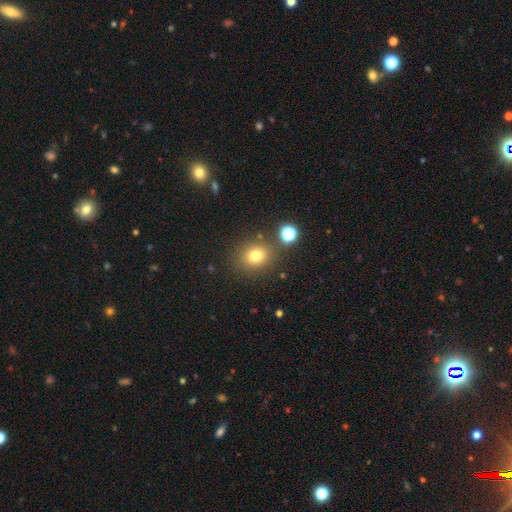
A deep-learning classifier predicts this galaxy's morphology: The model was most divided on "how rounded": round: 70%, in between: 29%, cigar-shaped: 1%. More confident: merging — none (81%); smooth or featured — smooth (76%).